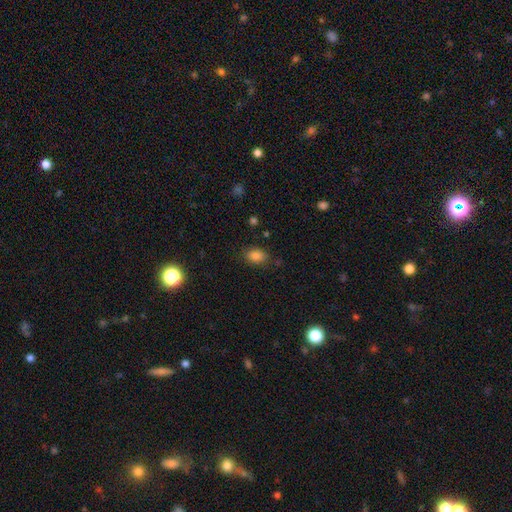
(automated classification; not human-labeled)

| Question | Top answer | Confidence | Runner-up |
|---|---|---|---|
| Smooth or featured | smooth | 84% | star or artifact (11%) |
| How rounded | in between | 83% | round (15%) |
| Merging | none | 81% | minor disturbance (13%) |